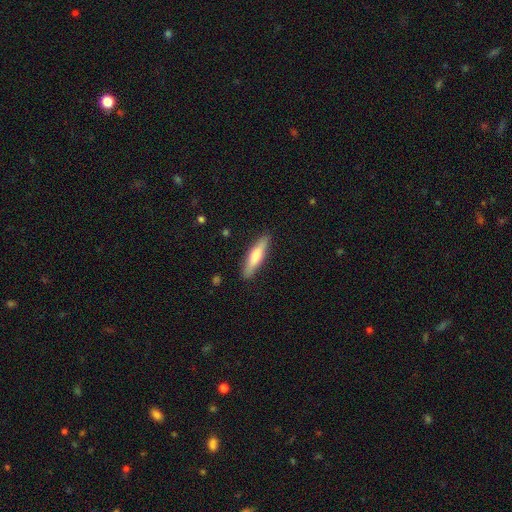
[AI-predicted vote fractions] smooth-or-featured: smooth: 63% | featured or disk: 32% | star or artifact: 5%
  how-rounded: cigar-shaped: 80% | in between: 19% | round: 2%
  merging: none: 89% | minor disturbance: 8% | major disturbance: 2% | merger: 1%